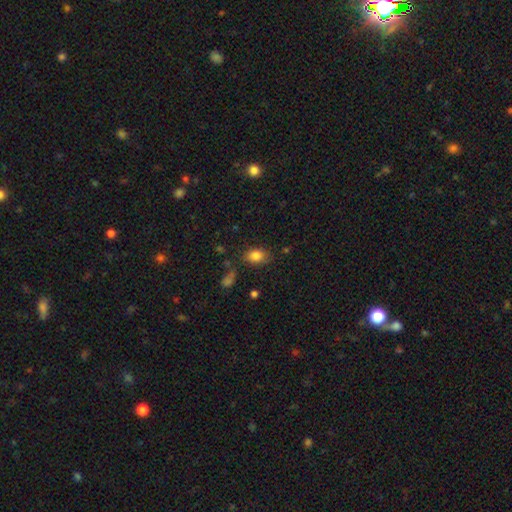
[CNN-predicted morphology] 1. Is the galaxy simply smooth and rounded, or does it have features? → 83% smooth, 10% star or artifact, 7% featured or disk.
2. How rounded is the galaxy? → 76% in between, 23% round, 1% cigar-shaped.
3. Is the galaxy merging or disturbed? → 73% none, 19% minor disturbance, 5% major disturbance, 3% merger.